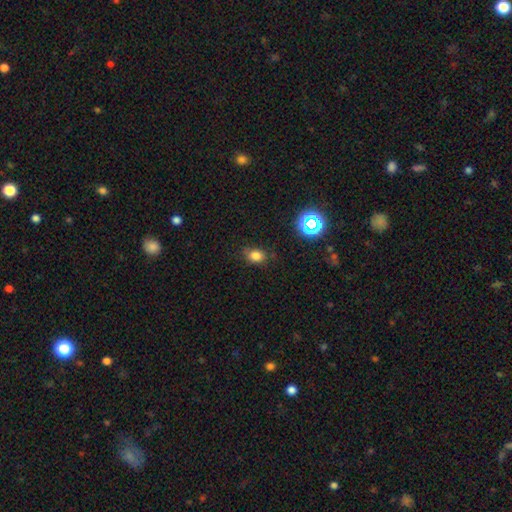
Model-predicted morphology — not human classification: Smooth or featured: smooth — 78% (star or artifact — 16%)
How rounded: in between — 56% (round — 43%)
Merging: none — 77% (minor disturbance — 18%)